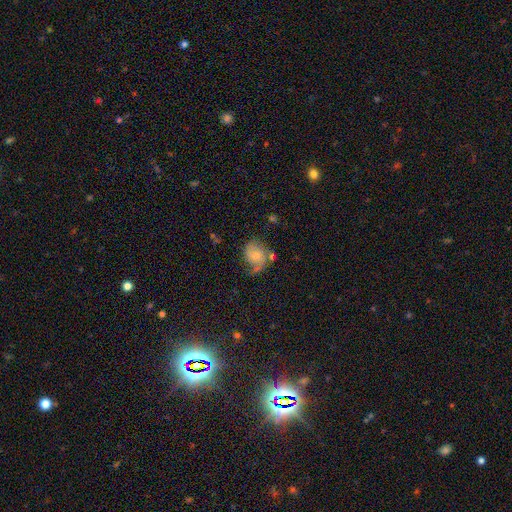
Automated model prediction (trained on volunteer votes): A smooth galaxy with no disk features (47%). Merging: none (40%).